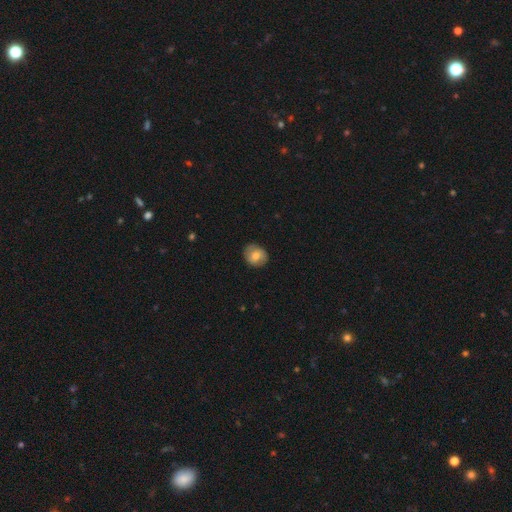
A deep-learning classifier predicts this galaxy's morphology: This appears to be a smooth galaxy with no disk features (63%) that is round (71%). Merging: none (85%).